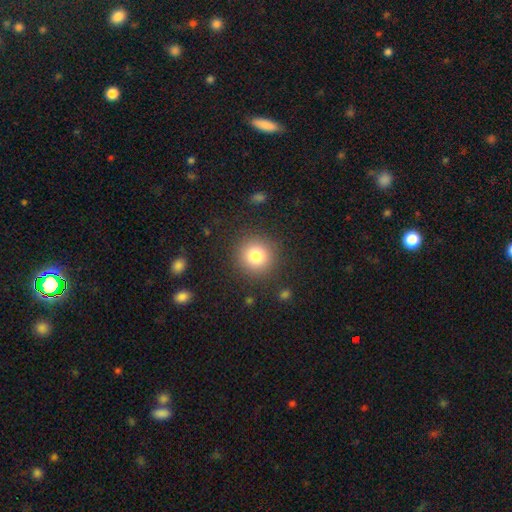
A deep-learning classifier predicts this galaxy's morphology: A smooth galaxy with no disk features (80%) that is round (94%).

Vote fractions:
- Smooth or featured? smooth: 80% / star or artifact: 12% / featured or disk: 8%
- How rounded? round: 94% / in between: 5% / cigar-shaped: 1%
- Merging? none: 89% / minor disturbance: 7% / major disturbance: 3% / merger: 1%